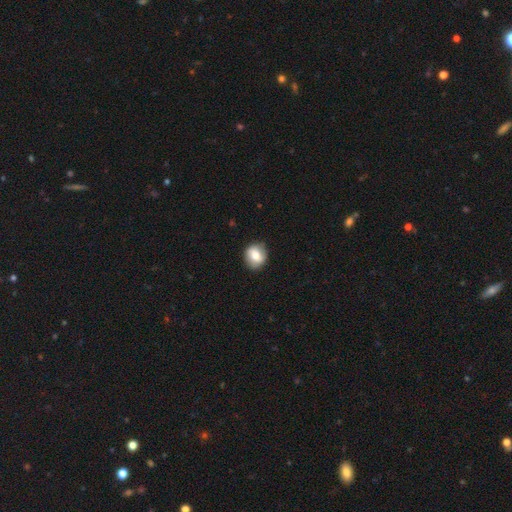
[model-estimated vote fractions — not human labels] Q: Smooth or featured?
A: smooth (69%); runner-up: featured or disk (23%)
Q: How rounded?
A: round (74%); runner-up: in between (25%)
Q: Merging?
A: none (85%); runner-up: minor disturbance (11%)